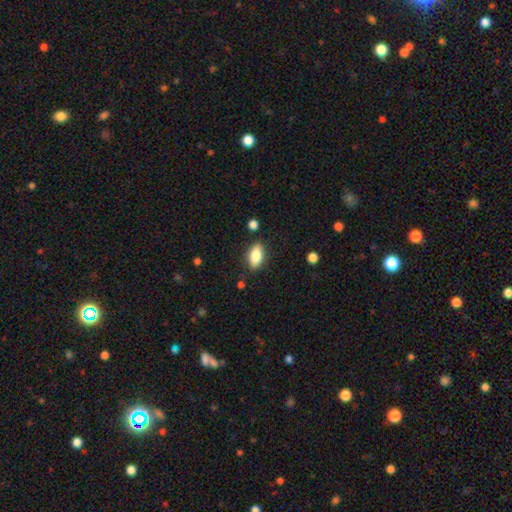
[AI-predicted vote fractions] Smooth or featured? smooth (79%)
How rounded? in between (86%)
Merging? none (83%)